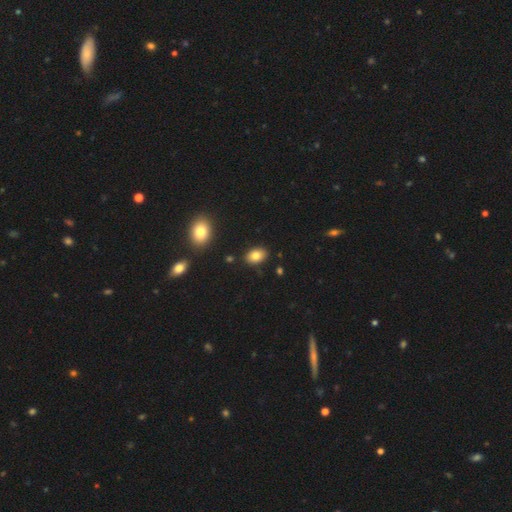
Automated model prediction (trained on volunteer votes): Smooth or featured? smooth (81%)
How rounded? in between (84%)
Merging? none (87%)